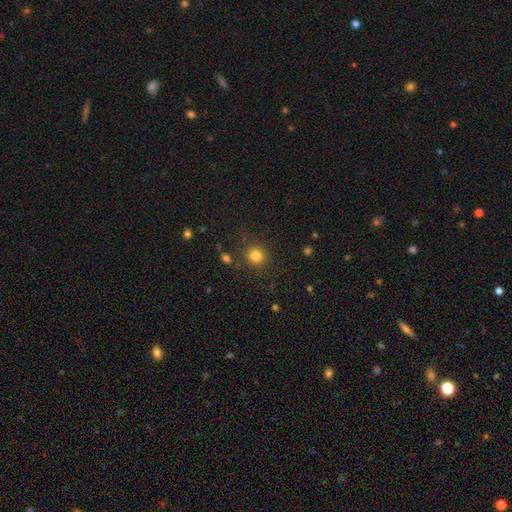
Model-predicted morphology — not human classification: This appears to be a smooth galaxy with no disk features (82%) that is round (91%). Merging: none (87%).